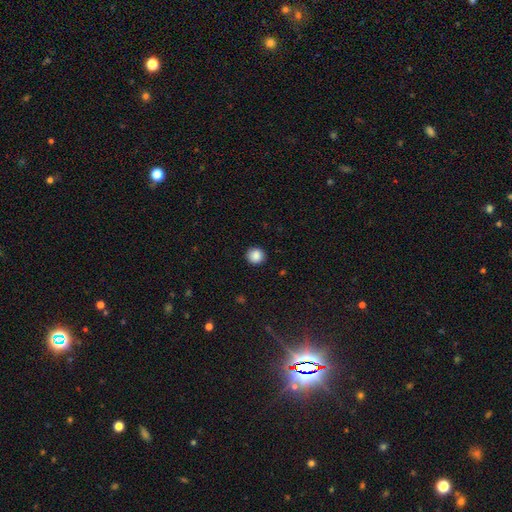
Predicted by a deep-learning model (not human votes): Q: Smooth or featured?
A: smooth (88%); runner-up: star or artifact (9%)
Q: How rounded?
A: round (92%); runner-up: in between (7%)
Q: Merging?
A: none (92%); runner-up: minor disturbance (6%)